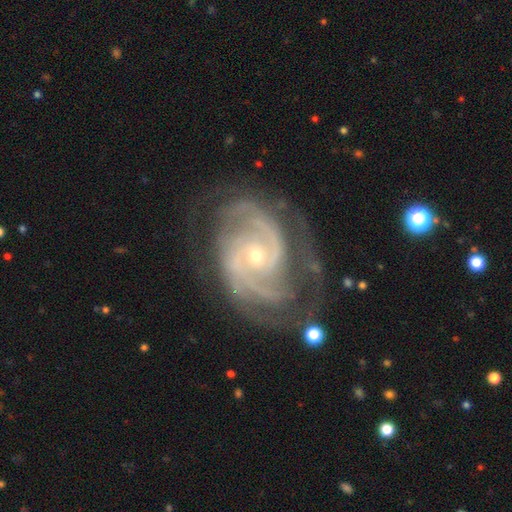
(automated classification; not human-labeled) This is clearly a featured or disk galaxy (92%). It is clearly not viewed edge-on (97%). Bar: likely no (63%). Spiral arm pattern: clearly yes (98%). Spiral arm count: possibly 2 (48%). Spiral winding: likely tight (61%). Central bulge: possibly small (56%). Merging: likely none (66%).